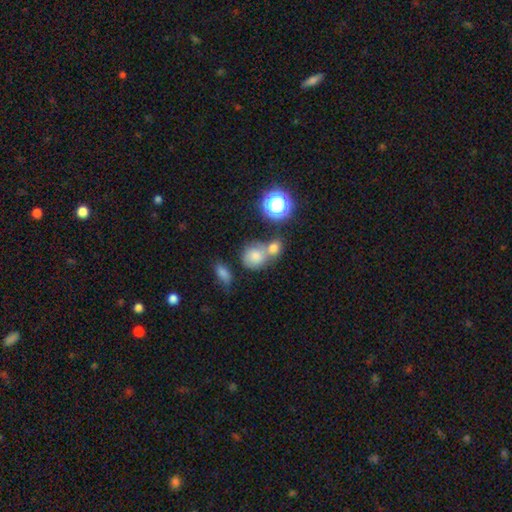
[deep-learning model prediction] Overall: smooth (72%). How rounded: round (76%). Merging: merger (44%; none 41%).